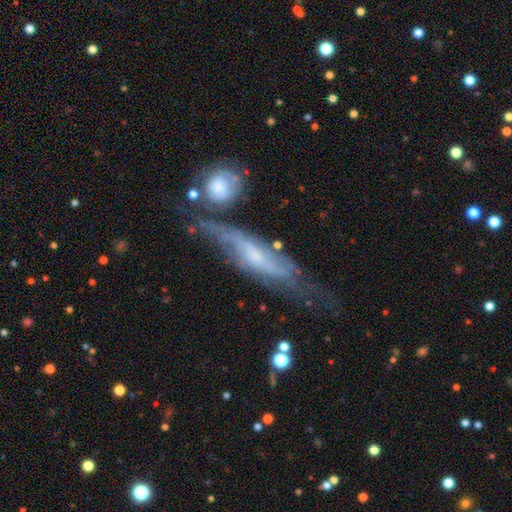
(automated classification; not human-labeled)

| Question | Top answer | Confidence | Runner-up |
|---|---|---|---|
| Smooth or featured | featured or disk | 72% | smooth (20%) |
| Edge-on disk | no | 54% | yes (46%) |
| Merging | none | 44% | minor disturbance (24%) |